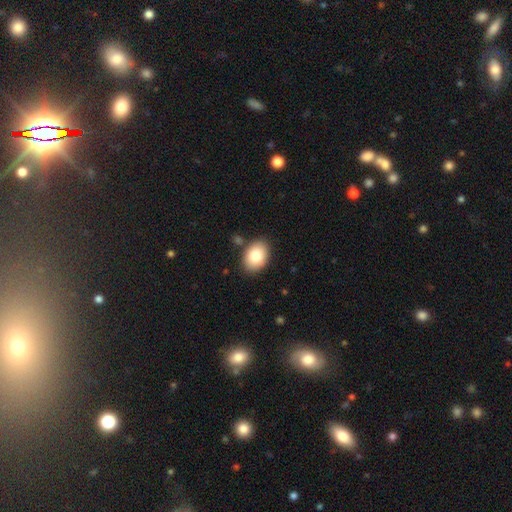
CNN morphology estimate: type=smooth (82%); roundness=in between (78%); merging=none (82%).